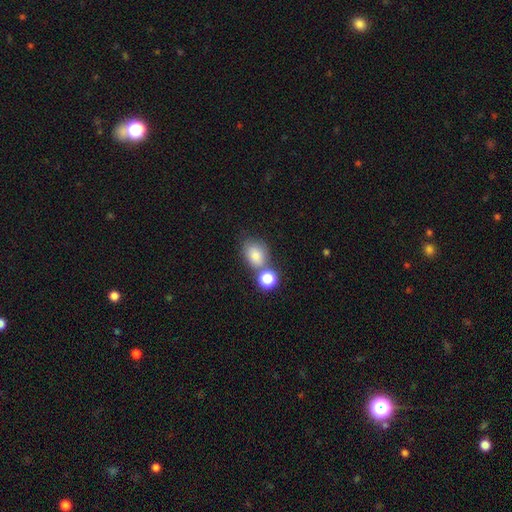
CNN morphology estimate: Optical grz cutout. It shows a smooth galaxy with no disk features (80%) that is in between round and cigar-shaped (58%). Merging: none (51%).